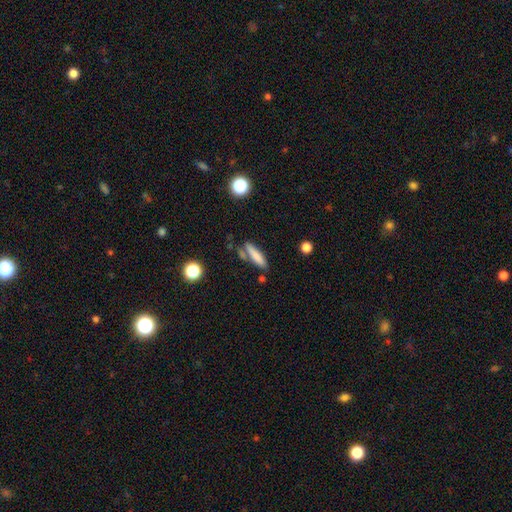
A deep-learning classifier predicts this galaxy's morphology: Smooth or featured? Predicted: smooth (p=0.78). How rounded? Predicted: cigar-shaped (p=0.74). Merging? Predicted: none (p=0.64).